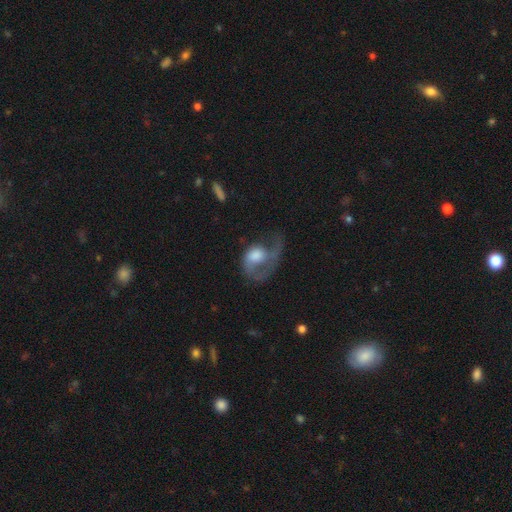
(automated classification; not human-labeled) This appears to be a featured or disk galaxy (60%) with no bar (77%), spiral arms (75%) and a large central bulge (40%). Merging: major disturbance (59%).